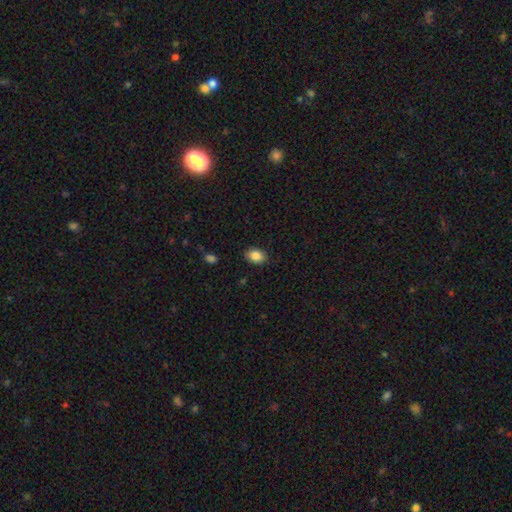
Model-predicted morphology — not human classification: Smooth or featured?
  - smooth: 87% *
  - star or artifact: 8%
  - featured or disk: 5%
How rounded?
  - in between: 77% *
  - round: 22%
  - cigar-shaped: 1%
Merging?
  - none: 87% *
  - minor disturbance: 10%
  - major disturbance: 2%
  - merger: 1%